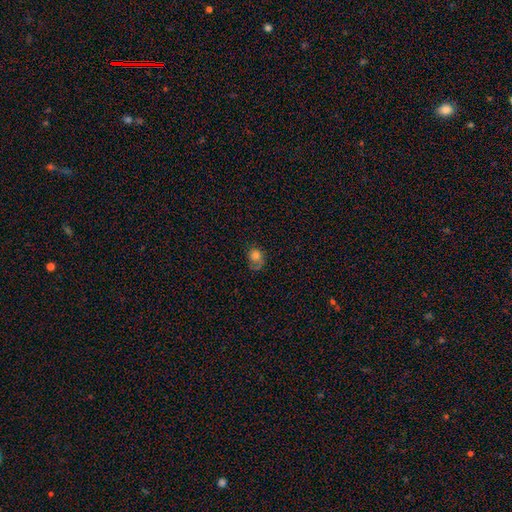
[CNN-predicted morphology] Smooth or featured: smooth — 70% (featured or disk — 18%)
How rounded: round — 58% (in between — 41%)
Merging: none — 45% (minor disturbance — 28%)